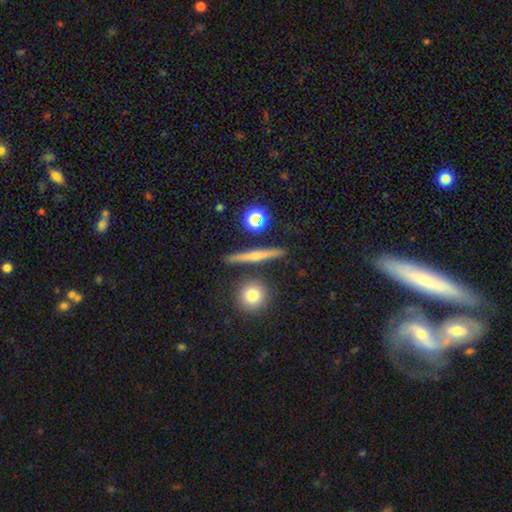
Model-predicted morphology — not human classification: A featured or disk galaxy (43%).

Vote fractions:
- Smooth or featured? featured or disk: 43% / smooth: 39% / star or artifact: 18%
- Merging? none: 83% / minor disturbance: 8% / merger: 6% / major disturbance: 3%